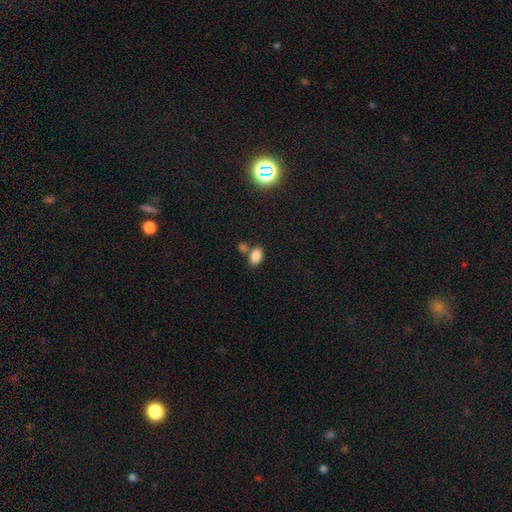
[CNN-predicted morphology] Smooth or featured: smooth — 84% (star or artifact — 10%)
How rounded: in between — 87% (round — 12%)
Merging: none — 58% (merger — 26%)